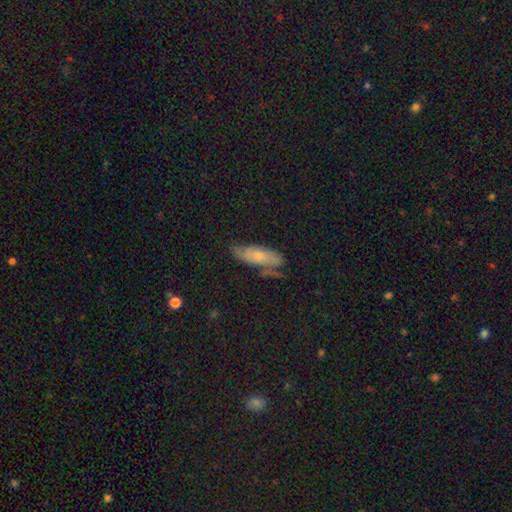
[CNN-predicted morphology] type=smooth (49%); merging=none (60%).